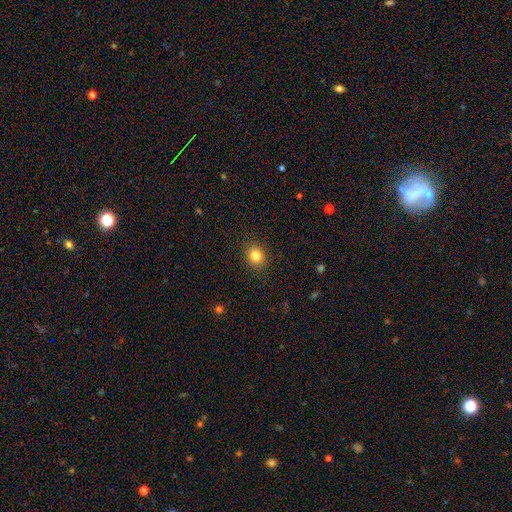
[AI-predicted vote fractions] smooth-or-featured: smooth: 82% | star or artifact: 11% | featured or disk: 6%
  how-rounded: round: 69% | in between: 30% | cigar-shaped: 1%
  merging: none: 88% | minor disturbance: 9% | major disturbance: 2% | merger: 1%